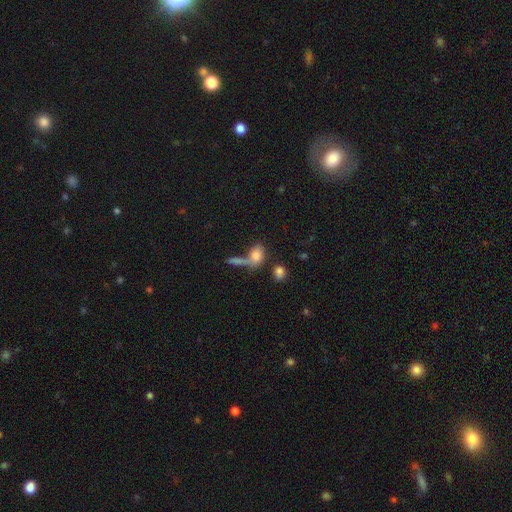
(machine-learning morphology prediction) A smooth galaxy with no disk features (77%) that is in between round and cigar-shaped (75%). Merging: merger (41%).